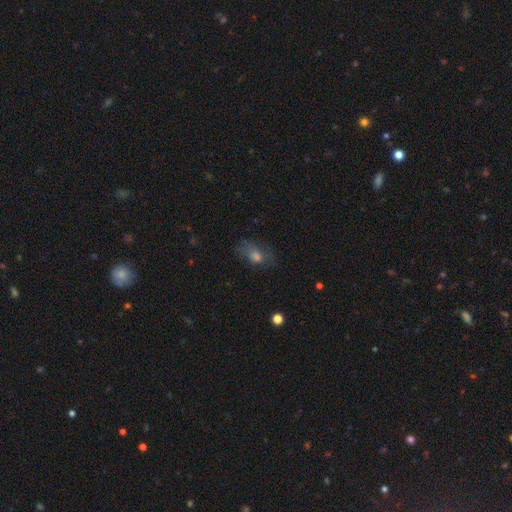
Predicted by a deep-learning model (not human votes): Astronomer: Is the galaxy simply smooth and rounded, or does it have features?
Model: smooth — 59%.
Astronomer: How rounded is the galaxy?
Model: in between — 76%.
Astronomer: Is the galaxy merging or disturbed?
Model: none — 62%.